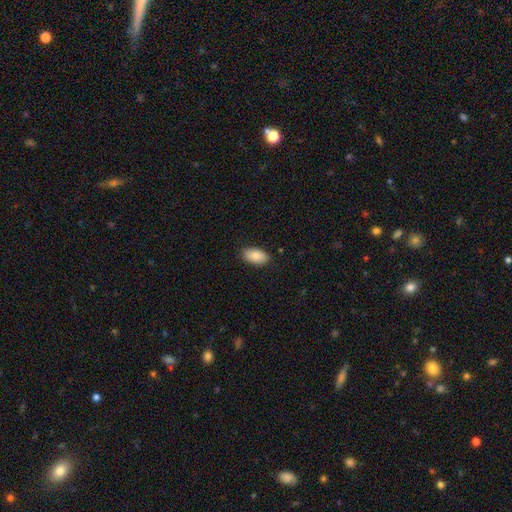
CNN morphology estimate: Smooth or featured?
  - smooth: 84% *
  - featured or disk: 9%
  - star or artifact: 7%
How rounded?
  - in between: 94% *
  - round: 4%
  - cigar-shaped: 2%
Merging?
  - none: 88% *
  - minor disturbance: 9%
  - major disturbance: 2%
  - merger: 1%